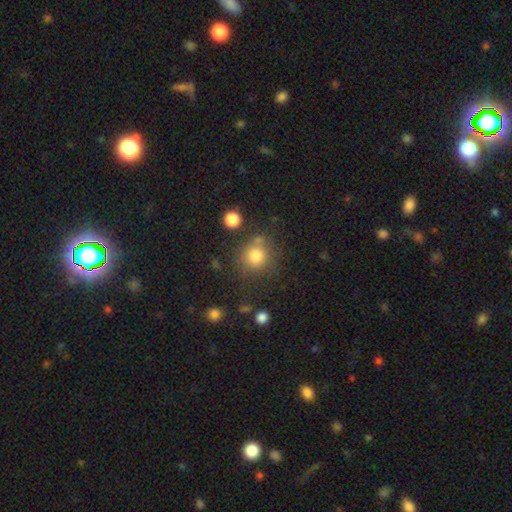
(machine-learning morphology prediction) The model was most divided on "merging": none: 71%, minor disturbance: 13%, merger: 11%, major disturbance: 6%. More confident: how rounded — round (90%); smooth or featured — smooth (81%).